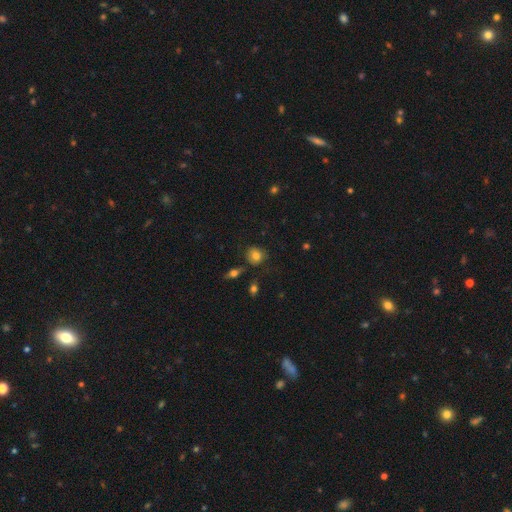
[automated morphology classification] Smooth or featured? smooth (80%)
How rounded? round (74%)
Merging? none (75%)